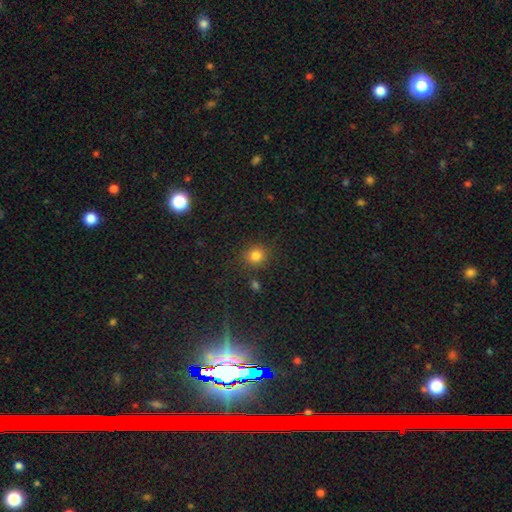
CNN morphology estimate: A smooth galaxy with no disk features (81%) that is round (86%).

Vote fractions:
- Smooth or featured? smooth: 81% / star or artifact: 14% / featured or disk: 5%
- How rounded? round: 86% / in between: 13% / cigar-shaped: 1%
- Merging? none: 84% / minor disturbance: 8% / merger: 4% / major disturbance: 3%